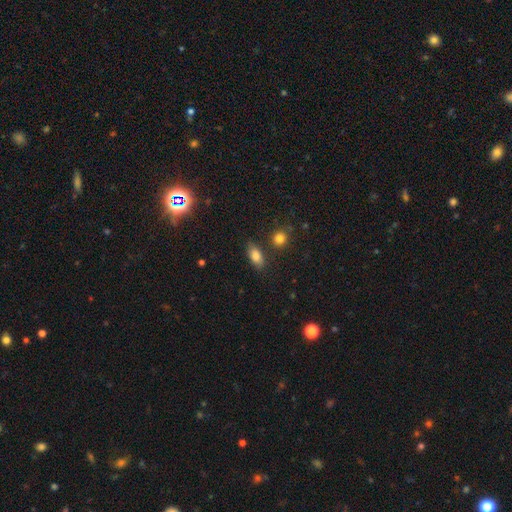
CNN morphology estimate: Smooth or featured?
  - smooth: 82% *
  - featured or disk: 9%
  - star or artifact: 9%
How rounded?
  - in between: 84% *
  - cigar-shaped: 10%
  - round: 6%
Merging?
  - none: 79% *
  - minor disturbance: 13%
  - merger: 5%
  - major disturbance: 3%